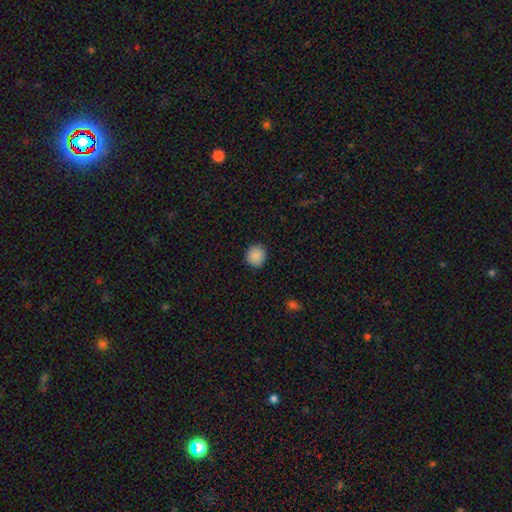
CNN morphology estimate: Smooth or featured? Predicted: smooth (p=0.89). How rounded? Predicted: round (p=0.92). Merging? Predicted: none (p=0.91).